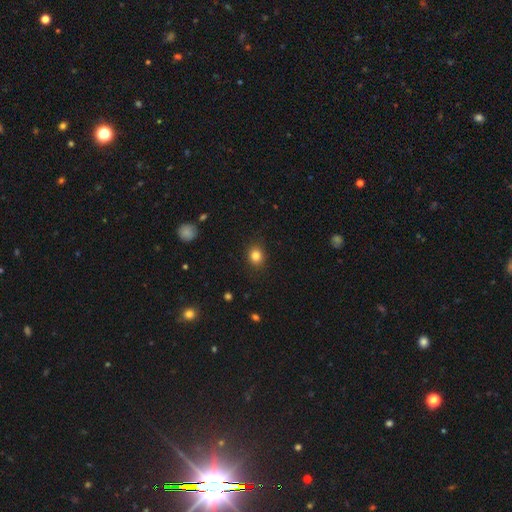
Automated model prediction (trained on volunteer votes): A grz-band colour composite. It shows a smooth galaxy with no disk features (83%) that is round (72%). Merging: none (88%).